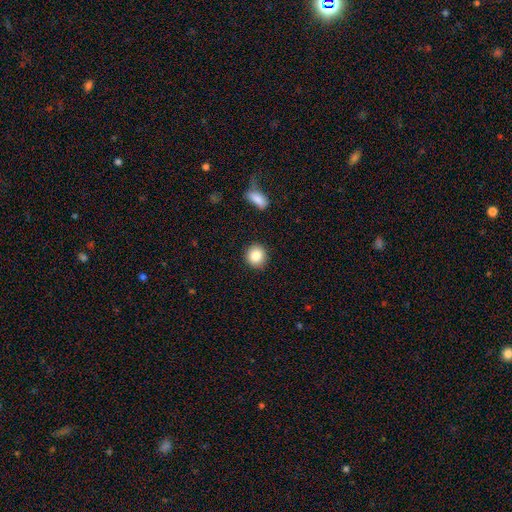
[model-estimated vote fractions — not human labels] Smooth or featured: smooth — 86% (star or artifact — 9%)
How rounded: round — 88% (in between — 11%)
Merging: none — 89% (minor disturbance — 7%)